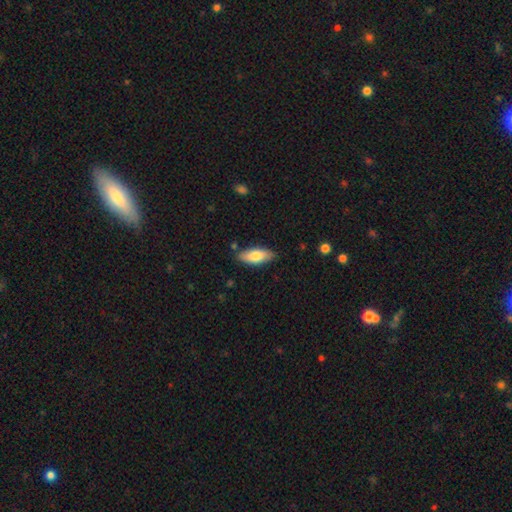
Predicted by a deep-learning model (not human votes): smooth_or_featured: smooth (p=0.77) [alt: featured or disk p=0.17]
how_rounded: in between (p=0.79) [alt: cigar-shaped p=0.18]
merging: none (p=0.82) [alt: minor disturbance p=0.13]